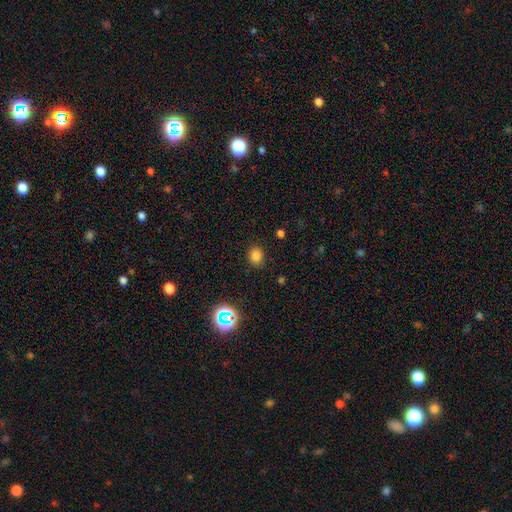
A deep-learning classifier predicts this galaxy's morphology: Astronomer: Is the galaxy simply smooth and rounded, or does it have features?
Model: smooth — 80%.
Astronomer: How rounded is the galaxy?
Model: round — 54% (runner-up: in between, 46%).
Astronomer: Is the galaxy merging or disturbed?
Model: none — 86%.